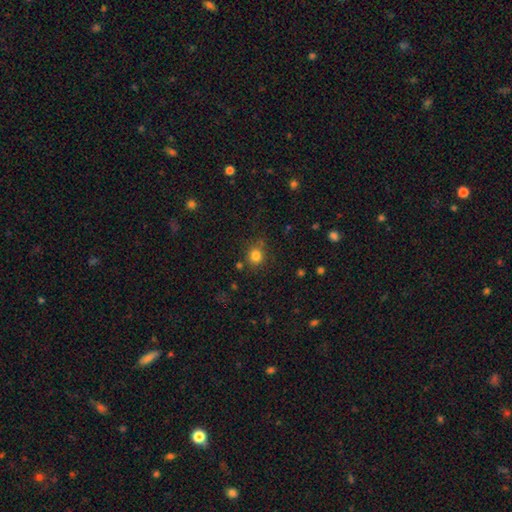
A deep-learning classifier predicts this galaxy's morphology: Smooth or featured? smooth (82%)
How rounded? round (83%)
Merging? none (78%)